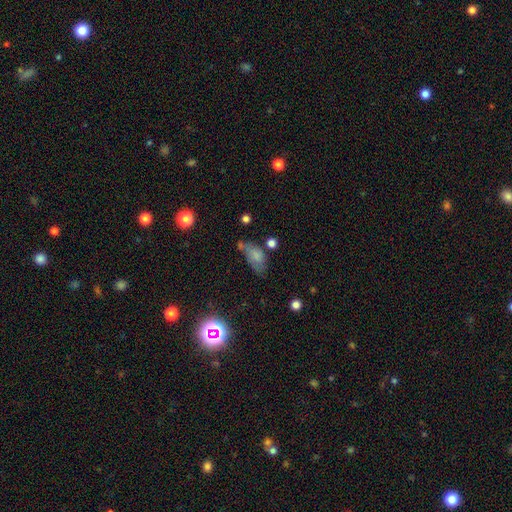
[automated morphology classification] Smooth or featured? smooth (67%)
How rounded? in between (88%)
Merging? none (43%)